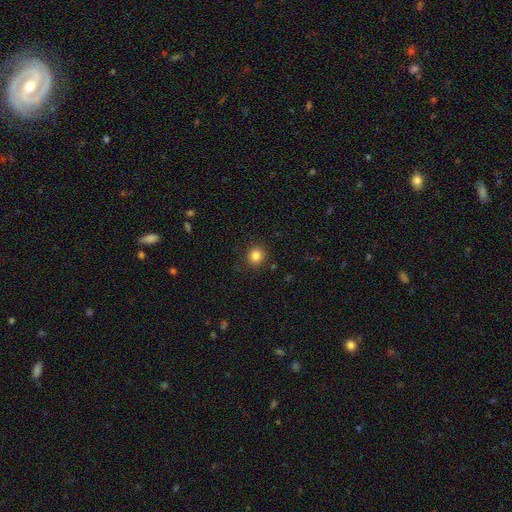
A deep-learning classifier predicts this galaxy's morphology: The model was most divided on "smooth or featured": smooth: 84%, star or artifact: 12%, featured or disk: 5%. More confident: how rounded — round (90%); merging — none (89%).